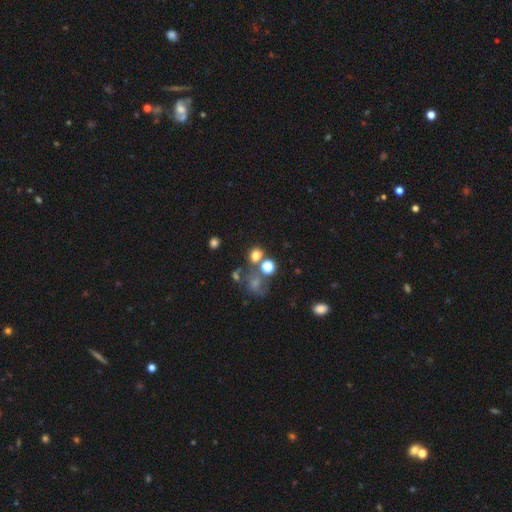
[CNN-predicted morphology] type=smooth (72%); roundness=round (74%); merging=none (59%).